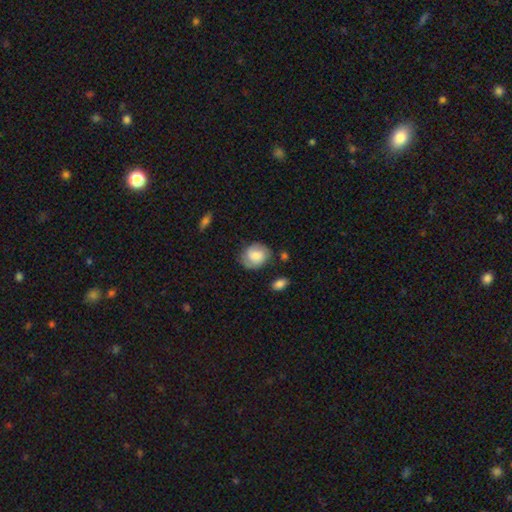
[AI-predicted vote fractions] smooth_or_featured: smooth (p=0.69) [alt: featured or disk p=0.23]
how_rounded: round (p=0.65) [alt: in between p=0.34]
merging: none (p=0.69) [alt: minor disturbance p=0.22]